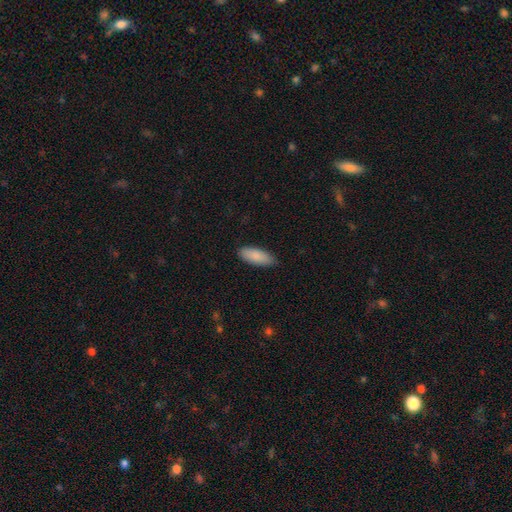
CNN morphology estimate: Overall: smooth (88%). How rounded: in between (73%). Merging: none (83%).